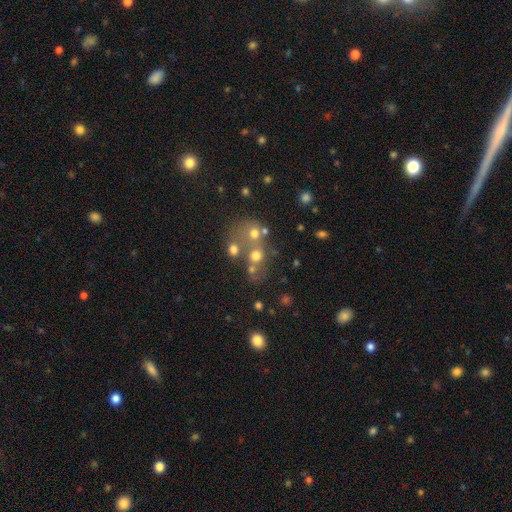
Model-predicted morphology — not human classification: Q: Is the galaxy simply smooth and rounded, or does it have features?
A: smooth — 61%.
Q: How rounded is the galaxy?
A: round — 75%.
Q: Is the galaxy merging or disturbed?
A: none — 44%.